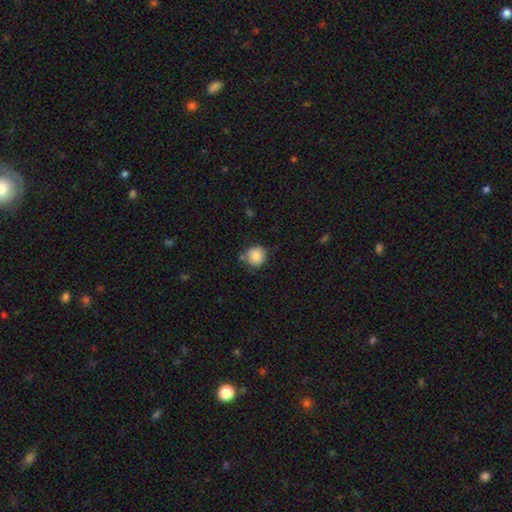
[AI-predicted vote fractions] Smooth or featured? smooth (84%)
How rounded? round (90%)
Merging? none (73%)